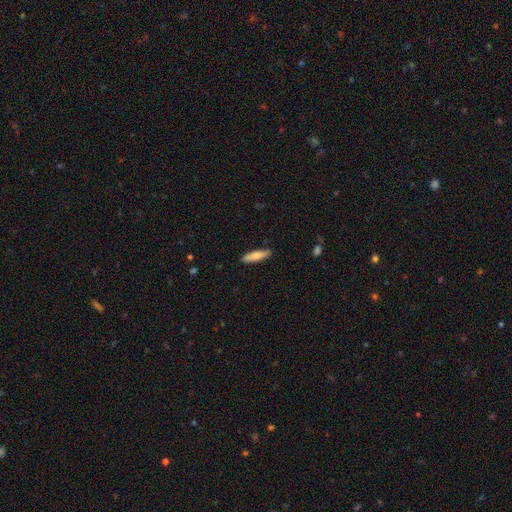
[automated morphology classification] type=smooth (72%); roundness=cigar-shaped (71%); merging=none (89%).